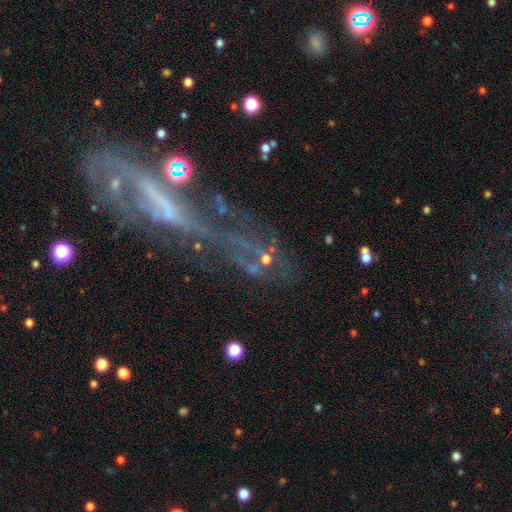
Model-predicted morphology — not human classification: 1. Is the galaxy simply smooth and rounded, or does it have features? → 56% featured or disk, 27% star or artifact, 17% smooth.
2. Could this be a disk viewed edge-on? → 69% no, 31% yes.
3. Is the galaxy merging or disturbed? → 39% none, 31% major disturbance, 16% minor disturbance, 14% merger.